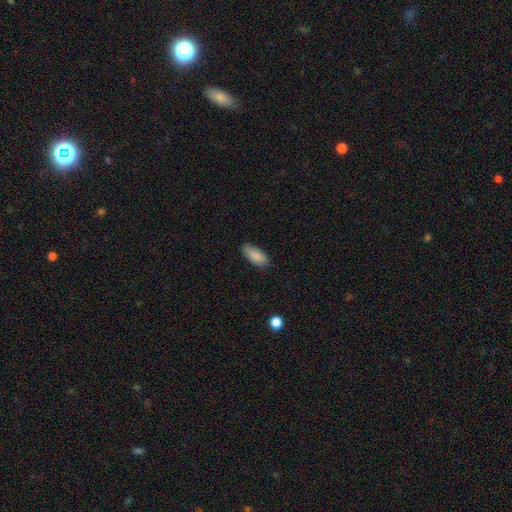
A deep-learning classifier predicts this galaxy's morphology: Smooth or featured? smooth (87%)
How rounded? in between (88%)
Merging? none (81%)